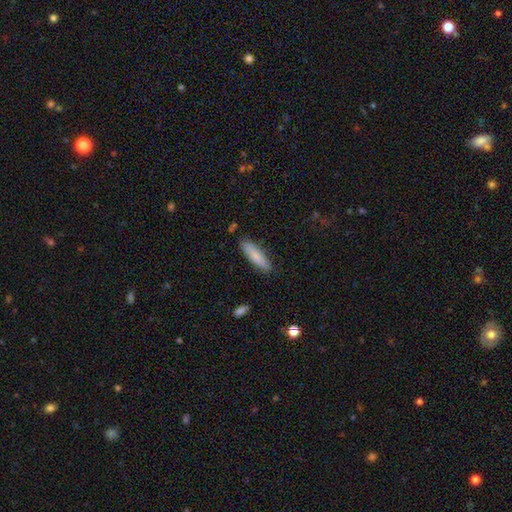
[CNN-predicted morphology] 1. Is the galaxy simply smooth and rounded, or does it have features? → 82% smooth, 12% featured or disk, 6% star or artifact.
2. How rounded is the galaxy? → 66% cigar-shaped, 33% in between, 1% round.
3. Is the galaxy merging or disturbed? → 85% none, 11% minor disturbance, 2% major disturbance, 2% merger.